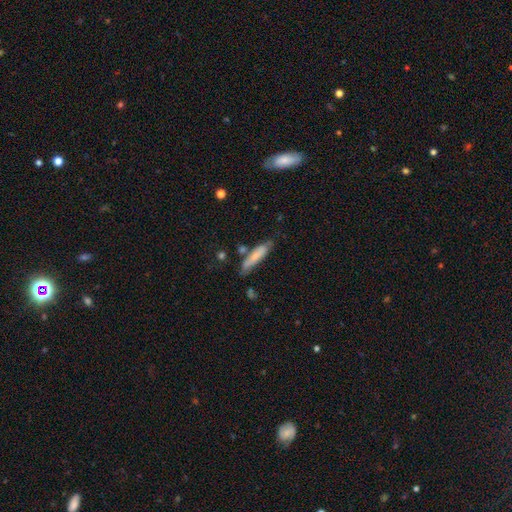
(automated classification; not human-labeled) Smooth or featured?
  - smooth: 70% *
  - featured or disk: 23%
  - star or artifact: 6%
How rounded?
  - cigar-shaped: 78% *
  - in between: 20%
  - round: 2%
Merging?
  - none: 62% *
  - minor disturbance: 24%
  - merger: 8%
  - major disturbance: 6%